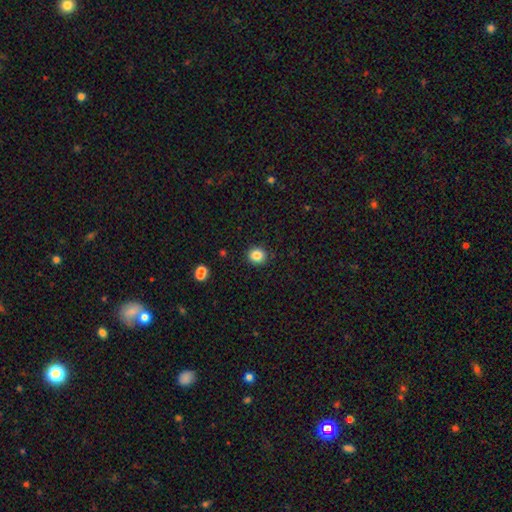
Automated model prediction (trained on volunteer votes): Q: Smooth or featured?
A: smooth (84%); runner-up: star or artifact (11%)
Q: How rounded?
A: round (85%); runner-up: in between (14%)
Q: Merging?
A: none (91%); runner-up: minor disturbance (6%)